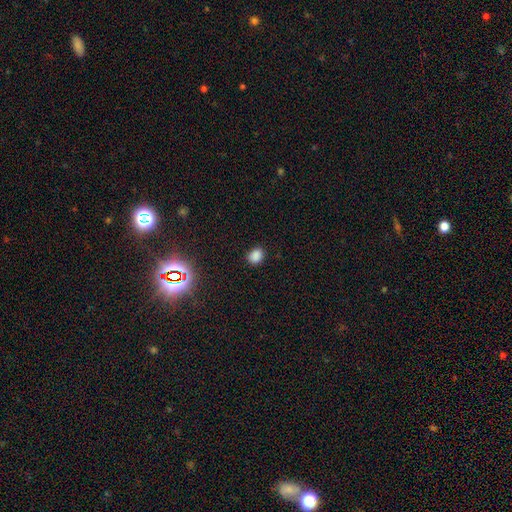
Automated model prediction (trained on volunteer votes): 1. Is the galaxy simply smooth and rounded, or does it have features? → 83% smooth, 13% star or artifact, 3% featured or disk.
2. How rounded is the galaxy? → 51% in between, 48% round, 1% cigar-shaped.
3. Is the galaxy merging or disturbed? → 85% none, 11% minor disturbance, 3% major disturbance, 1% merger.